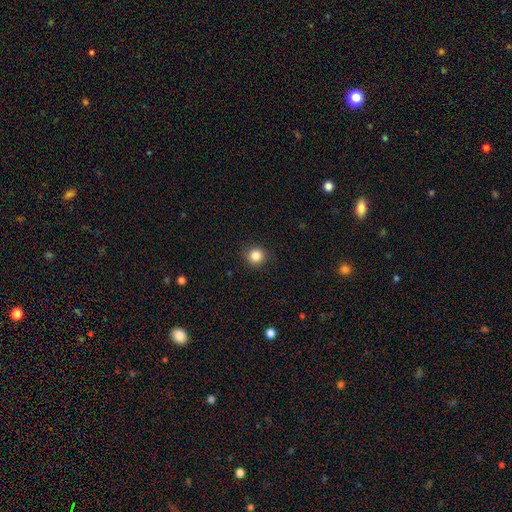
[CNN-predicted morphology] type=smooth (85%); roundness=round (93%); merging=none (91%).